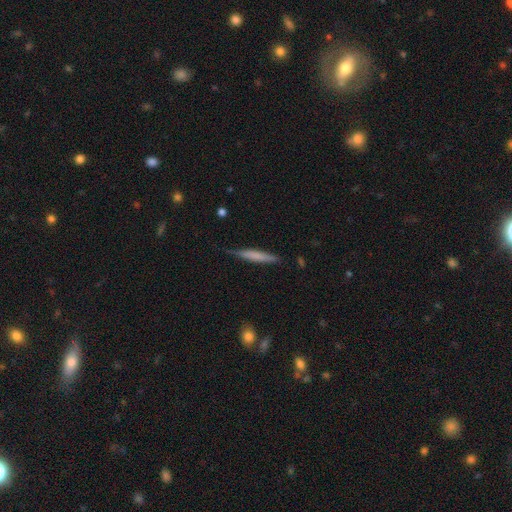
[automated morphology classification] smooth-or-featured: smooth: 60% | featured or disk: 34% | star or artifact: 6%
  how-rounded: cigar-shaped: 94% | in between: 4% | round: 1%
  merging: none: 79% | minor disturbance: 16% | major disturbance: 3% | merger: 2%